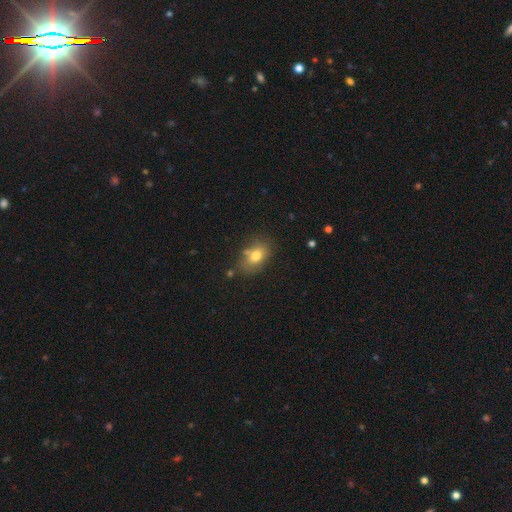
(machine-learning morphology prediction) type=smooth (76%); roundness=in between (80%); merging=none (64%).